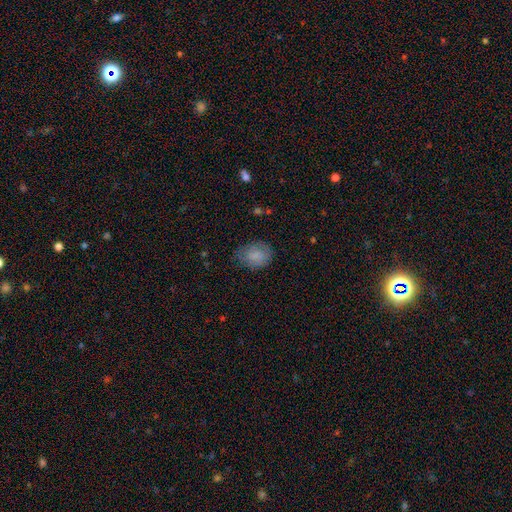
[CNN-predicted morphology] Smooth or featured? smooth (77%)
How rounded? in between (58%)
Merging? none (65%)